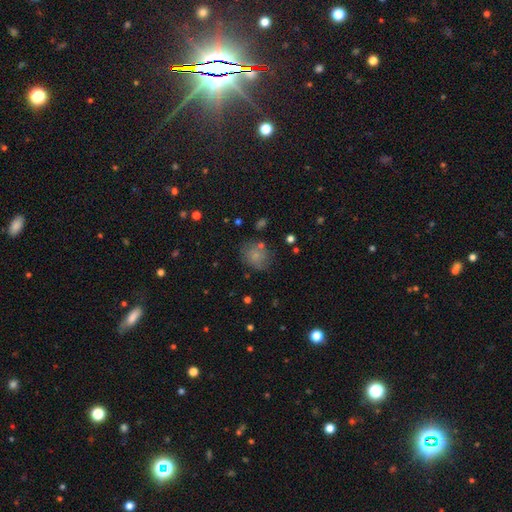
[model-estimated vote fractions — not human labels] A smooth galaxy with no disk features (71%) that is round (65%). Merging: none (65%).